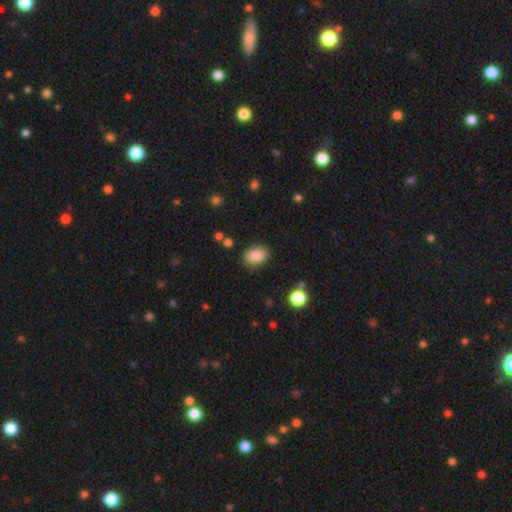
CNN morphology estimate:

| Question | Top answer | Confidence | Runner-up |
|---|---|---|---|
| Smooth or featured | smooth | 86% | star or artifact (9%) |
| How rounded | in between | 78% | round (21%) |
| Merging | none | 83% | minor disturbance (12%) |